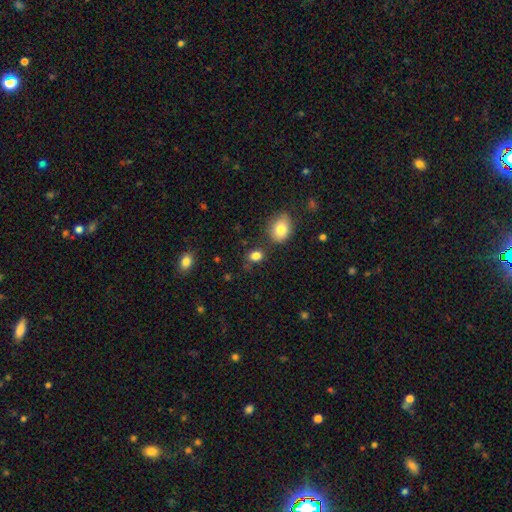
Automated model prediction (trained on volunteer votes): This appears to be a smooth galaxy with no disk features (84%) that is in between round and cigar-shaped (54%). Merging: none (71%).